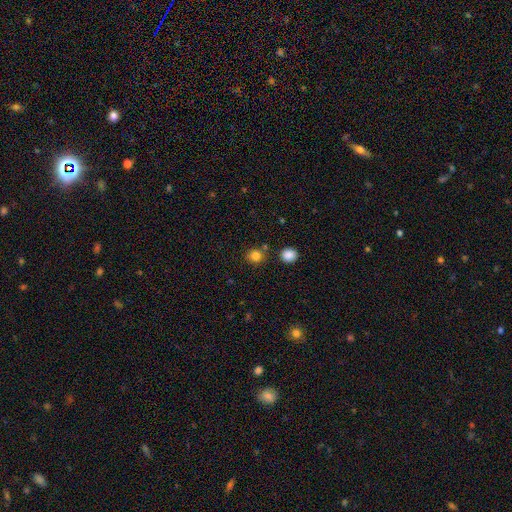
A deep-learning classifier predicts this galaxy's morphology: Q: Smooth or featured?
A: smooth (83%); runner-up: star or artifact (12%)
Q: How rounded?
A: round (80%); runner-up: in between (19%)
Q: Merging?
A: none (77%); runner-up: merger (10%)